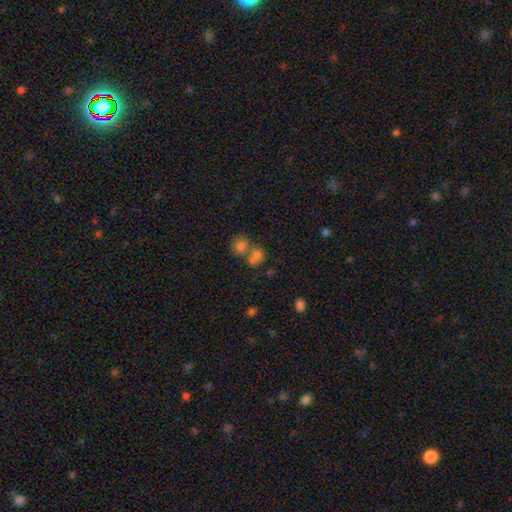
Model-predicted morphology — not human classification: The model was most divided on "how rounded": round: 57%, in between: 41%, cigar-shaped: 2%. More confident: smooth or featured — smooth (72%); merging — merger (56%).